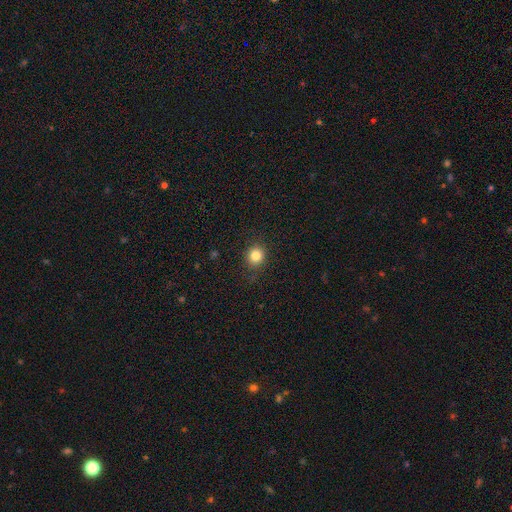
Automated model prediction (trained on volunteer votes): Smooth or featured: smooth — 83% (star or artifact — 12%)
How rounded: round — 83% (in between — 16%)
Merging: none — 87% (minor disturbance — 9%)